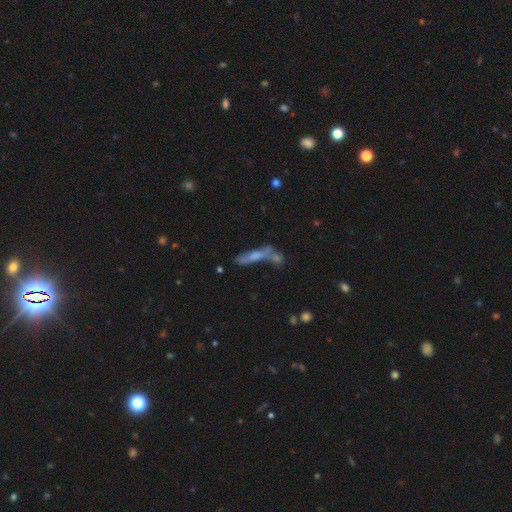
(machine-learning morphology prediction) This is possibly a smooth galaxy (47%). Merging: marginally merger (36%).